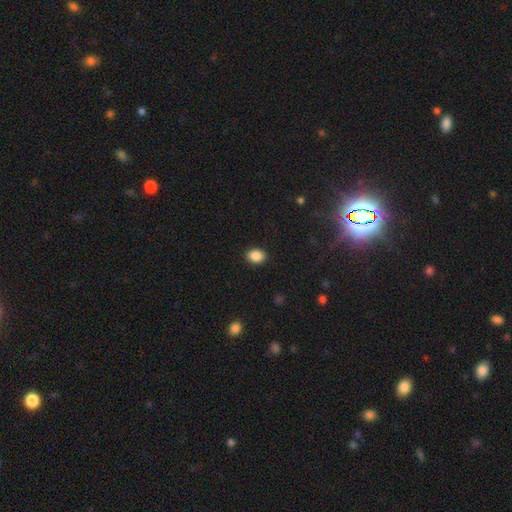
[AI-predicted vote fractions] Smooth or featured? Predicted: smooth (p=0.88). How rounded? Predicted: in between (p=0.63). Merging? Predicted: none (p=0.90).